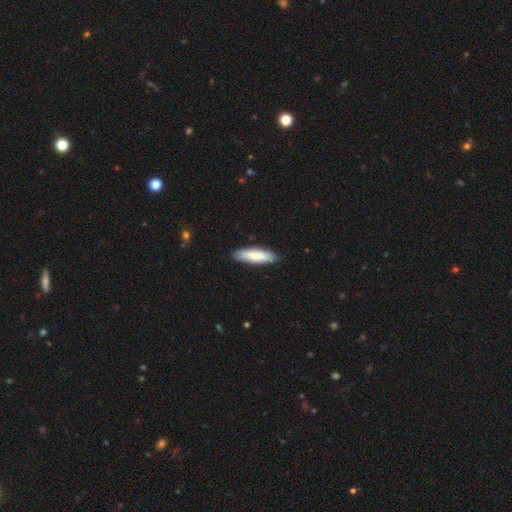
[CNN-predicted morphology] A smooth galaxy with no disk features (84%) that is cigar-shaped (59%). Merging: none (87%).